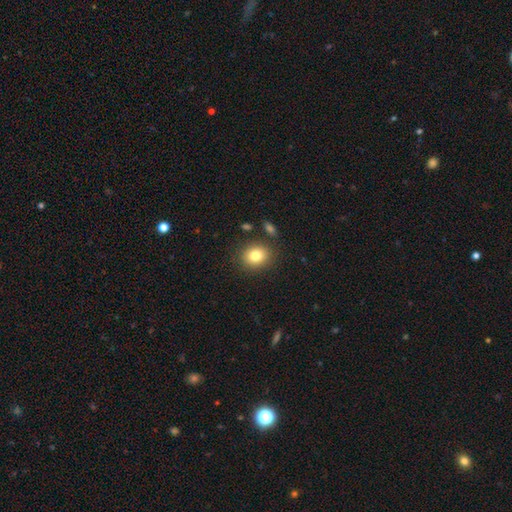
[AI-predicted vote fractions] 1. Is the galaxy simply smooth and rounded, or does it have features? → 81% smooth, 10% star or artifact, 9% featured or disk.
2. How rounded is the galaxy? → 65% round, 34% in between, 1% cigar-shaped.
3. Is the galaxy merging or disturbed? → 84% none, 9% minor disturbance, 4% merger, 3% major disturbance.